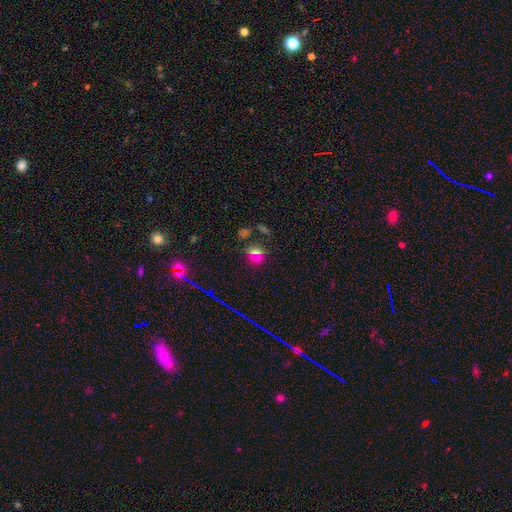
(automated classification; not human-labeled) smooth_or_featured: smooth (p=0.54) [alt: star or artifact p=0.33]
how_rounded: round (p=0.69) [alt: in between p=0.28]
merging: none (p=0.64) [alt: merger p=0.18]